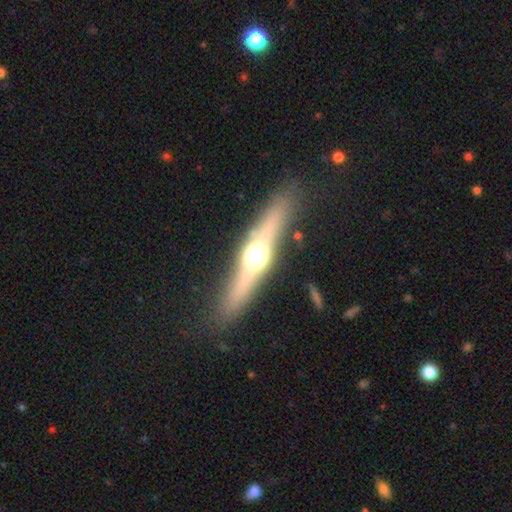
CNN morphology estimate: Q: Smooth or featured?
A: featured or disk (70%); runner-up: smooth (24%)
Q: Edge-on disk?
A: yes (95%); runner-up: no (5%)
Q: Edge-on bulge?
A: rounded (94%); runner-up: boxy (4%)
Q: Merging?
A: none (86%); runner-up: minor disturbance (9%)